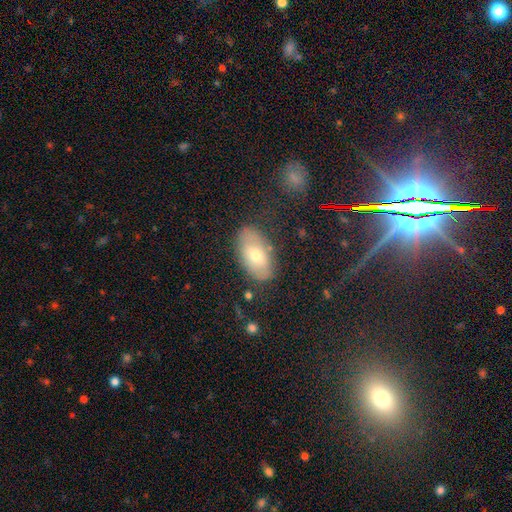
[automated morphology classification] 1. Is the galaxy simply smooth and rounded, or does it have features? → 64% smooth, 27% featured or disk, 9% star or artifact.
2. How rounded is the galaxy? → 92% in between, 6% round, 2% cigar-shaped.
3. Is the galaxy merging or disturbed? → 78% none, 15% minor disturbance, 4% major disturbance, 3% merger.